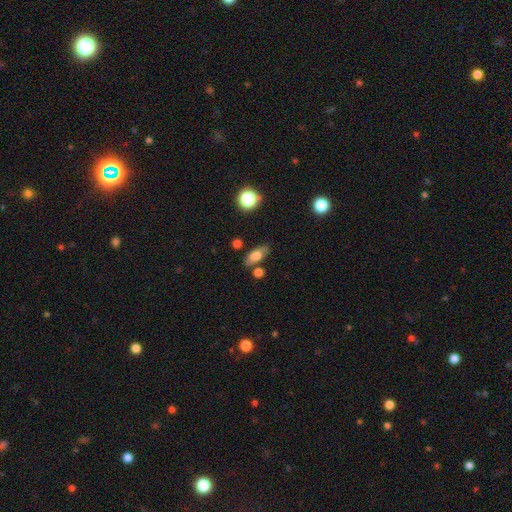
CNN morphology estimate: type=smooth (68%); roundness=in between (78%); merging=none (69%).